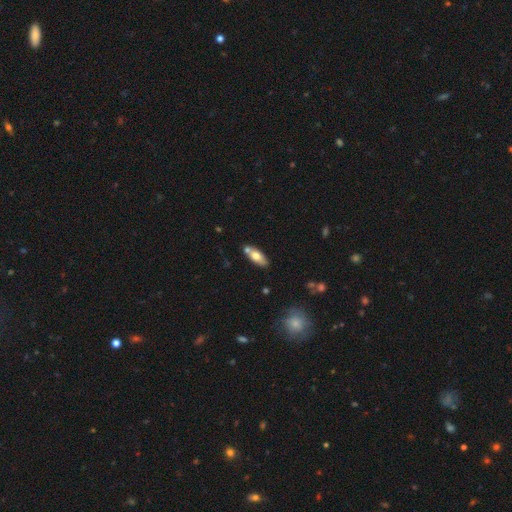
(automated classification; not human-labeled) Overall: smooth (67%). How rounded: in between (74%). Merging: none (65%).